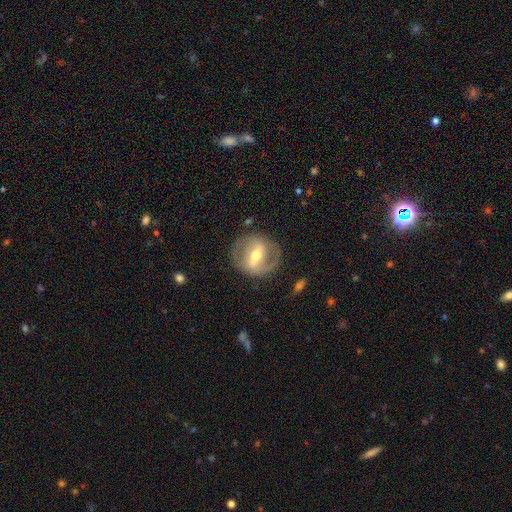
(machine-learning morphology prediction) Smooth or featured: featured or disk — 78% (smooth — 17%)
Edge-on disk: no — 94% (yes — 6%)
Bar: strong — 55% (weak — 34%)
Spiral arms: yes — 74% (no — 26%)
Spiral winding: medium — 45% (tight — 34%)
Spiral arm count: 2 — 82% (can't tell — 10%)
Bulge size: moderate — 68% (small — 24%)
Merging: none — 81% (minor disturbance — 12%)